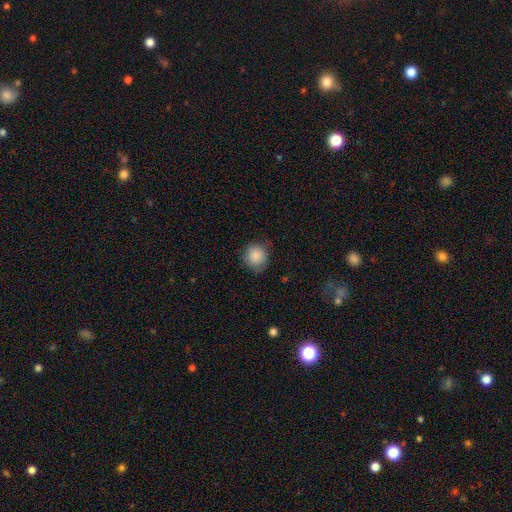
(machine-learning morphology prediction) Q: Smooth or featured?
A: smooth (87%); runner-up: star or artifact (8%)
Q: How rounded?
A: round (86%); runner-up: in between (13%)
Q: Merging?
A: none (79%); runner-up: minor disturbance (17%)